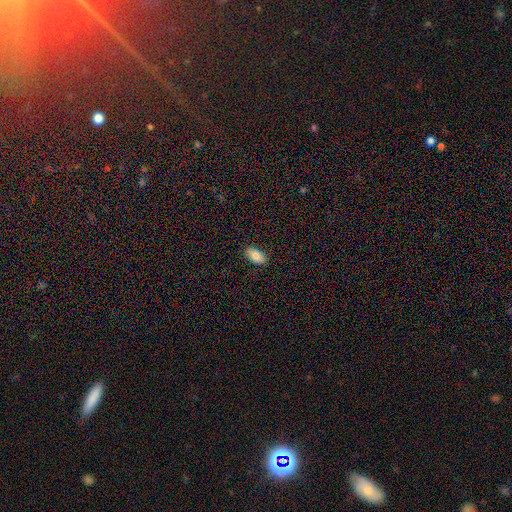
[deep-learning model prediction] This appears to be a smooth galaxy with no disk features (83%) that is in between round and cigar-shaped (94%). Merging: none (87%).